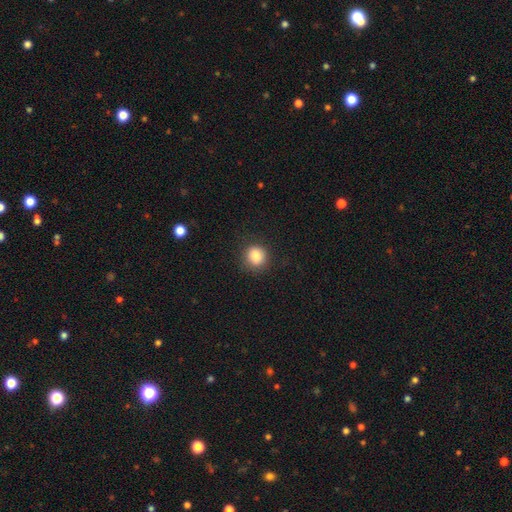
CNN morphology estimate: smooth-or-featured: smooth: 85% | star or artifact: 10% | featured or disk: 5%
  how-rounded: round: 86% | in between: 13% | cigar-shaped: 1%
  merging: none: 85% | minor disturbance: 10% | major disturbance: 4% | merger: 1%